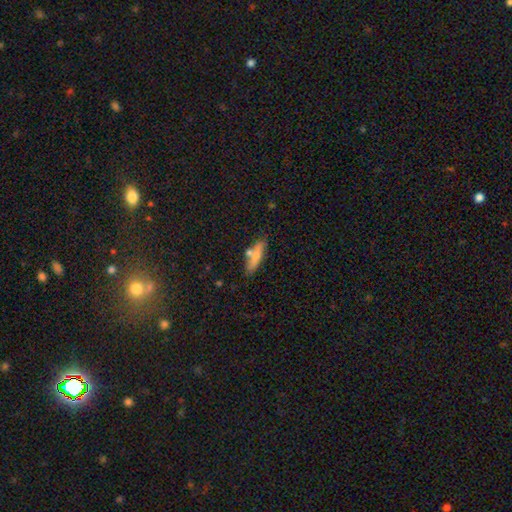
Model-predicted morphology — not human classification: type=smooth (70%); roundness=cigar-shaped (64%); merging=none (69%).